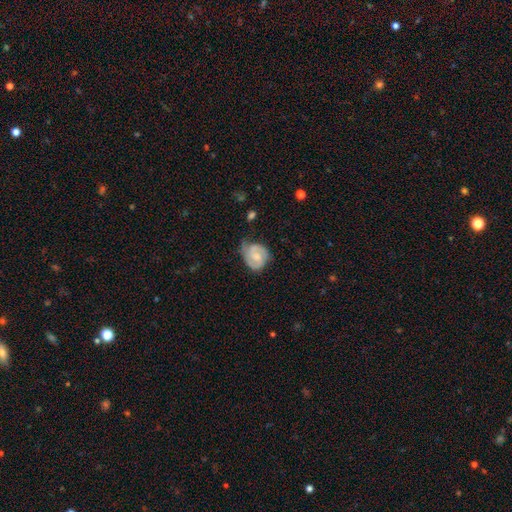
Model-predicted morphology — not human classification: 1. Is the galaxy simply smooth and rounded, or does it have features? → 71% featured or disk, 22% smooth, 6% star or artifact.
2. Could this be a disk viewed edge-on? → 98% no, 2% yes.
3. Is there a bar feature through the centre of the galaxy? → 47% no, 45% weak, 9% strong.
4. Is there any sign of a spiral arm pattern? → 94% yes, 6% no.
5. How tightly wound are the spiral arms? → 49% tight, 40% medium, 11% loose.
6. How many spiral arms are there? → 74% 2, 11% can't tell, 7% 3, 6% 1, 1% 4, 1% more than 4.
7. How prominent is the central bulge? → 38% small, 36% moderate, 21% none, 5% large, 1% dominant.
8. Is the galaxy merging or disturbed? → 52% none, 33% minor disturbance, 13% major disturbance, 2% merger.